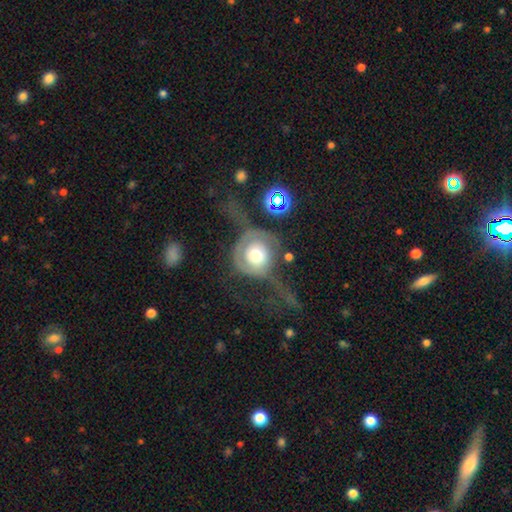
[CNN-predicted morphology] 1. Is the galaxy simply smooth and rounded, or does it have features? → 60% featured or disk, 32% smooth, 8% star or artifact.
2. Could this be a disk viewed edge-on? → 92% no, 8% yes.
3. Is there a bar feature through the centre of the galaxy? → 86% no, 11% weak, 4% strong.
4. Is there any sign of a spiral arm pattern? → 55% yes, 45% no.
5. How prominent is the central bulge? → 50% moderate, 33% large, 8% small, 7% dominant, 2% none.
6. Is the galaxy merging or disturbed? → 53% major disturbance, 25% none, 14% minor disturbance, 9% merger.